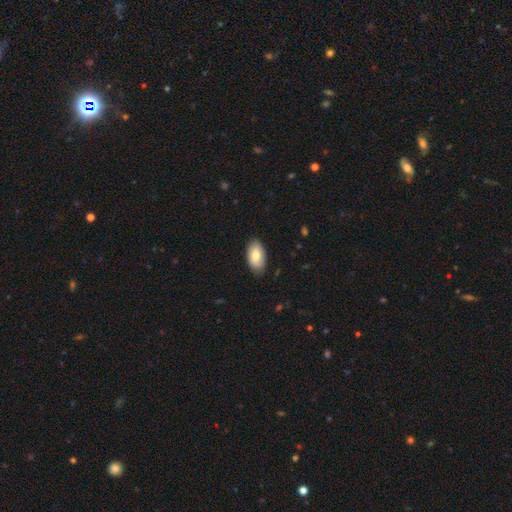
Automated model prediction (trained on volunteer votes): Smooth or featured: smooth — 78% (featured or disk — 16%)
How rounded: in between — 95% (round — 3%)
Merging: none — 84% (minor disturbance — 12%)